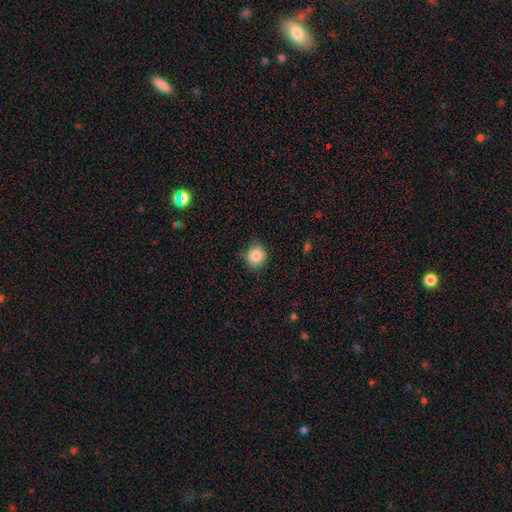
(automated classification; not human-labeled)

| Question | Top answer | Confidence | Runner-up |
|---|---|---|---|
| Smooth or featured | smooth | 85% | star or artifact (9%) |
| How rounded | round | 87% | in between (12%) |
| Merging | none | 86% | minor disturbance (11%) |